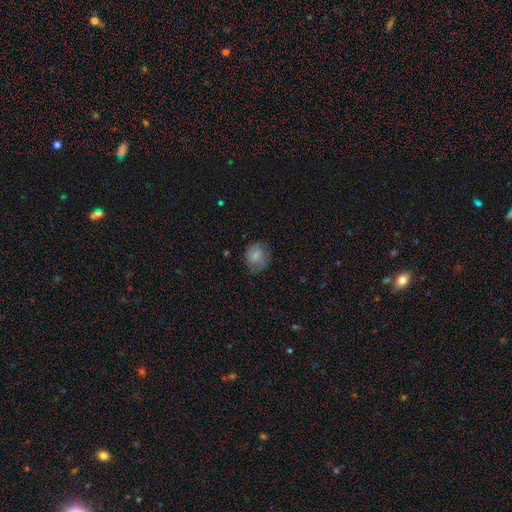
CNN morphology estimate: This appears to be a smooth galaxy with no disk features (75%) that is round (74%). Merging: none (70%).